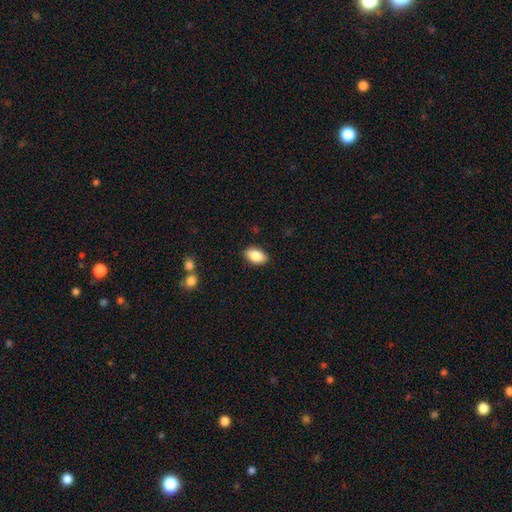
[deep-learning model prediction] Morphology: type=smooth (87%); roundness=in between (91%); merging=none (88%).